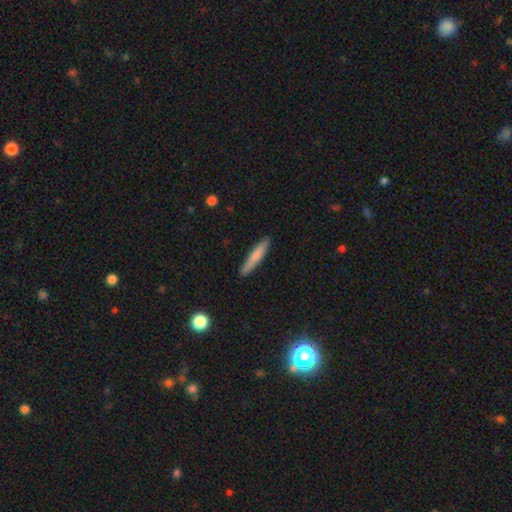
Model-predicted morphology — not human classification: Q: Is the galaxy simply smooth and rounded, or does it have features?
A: smooth — 74%.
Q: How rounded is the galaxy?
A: cigar-shaped — 93%.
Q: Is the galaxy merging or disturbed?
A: none — 89%.